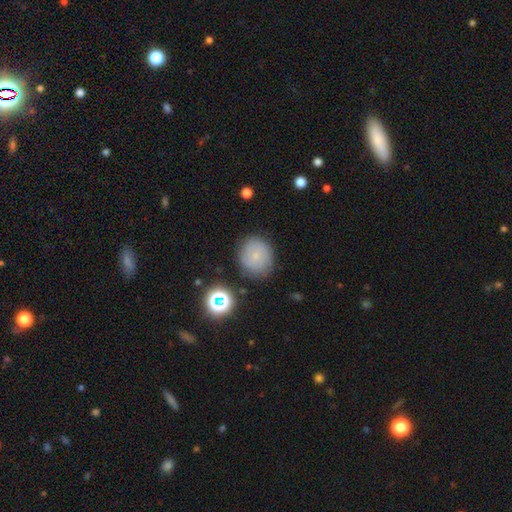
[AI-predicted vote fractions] This appears to be a smooth galaxy with no disk features (62%) that is round (81%). Merging: none (77%).